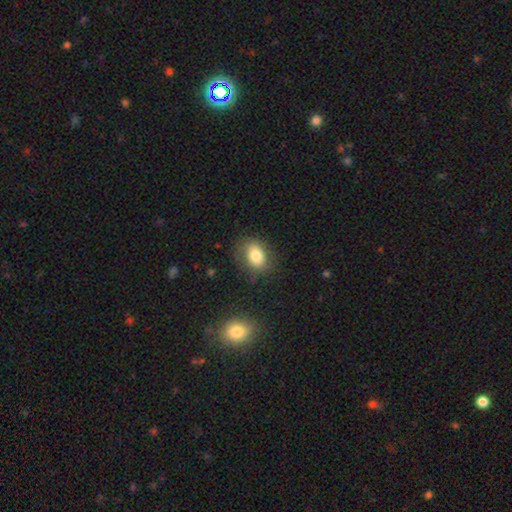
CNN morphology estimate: Smooth or featured?
  - smooth: 79% *
  - featured or disk: 12%
  - star or artifact: 9%
How rounded?
  - in between: 71% *
  - round: 27%
  - cigar-shaped: 1%
Merging?
  - none: 77% *
  - minor disturbance: 15%
  - major disturbance: 5%
  - merger: 2%